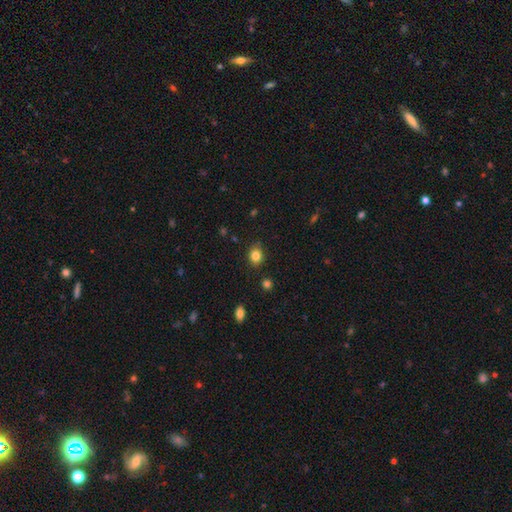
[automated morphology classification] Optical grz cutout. It shows a smooth galaxy with no disk features (84%) that is round (55%). Merging: none (87%).